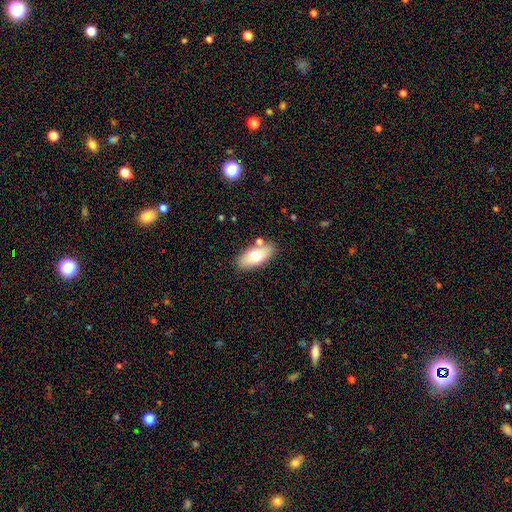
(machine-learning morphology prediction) smooth-or-featured: smooth: 68% | featured or disk: 25% | star or artifact: 7%
  how-rounded: in between: 86% | cigar-shaped: 10% | round: 4%
  merging: none: 80% | minor disturbance: 11% | merger: 6% | major disturbance: 3%